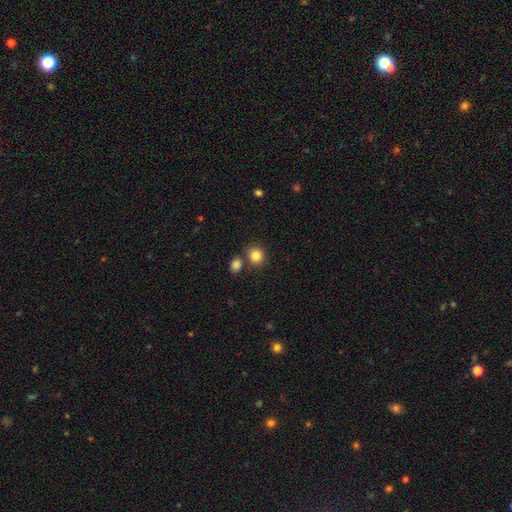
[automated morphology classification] Overall: smooth (85%). How rounded: round (80%). Merging: none (70%).